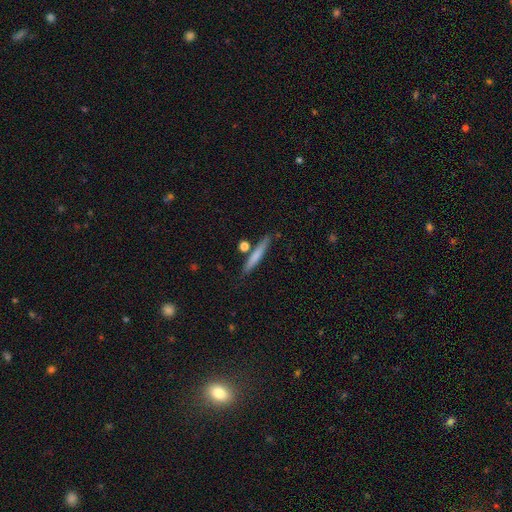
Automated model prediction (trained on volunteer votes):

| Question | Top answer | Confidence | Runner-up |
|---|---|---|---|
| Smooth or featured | smooth | 69% | featured or disk (25%) |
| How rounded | cigar-shaped | 94% | in between (4%) |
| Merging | none | 81% | minor disturbance (10%) |